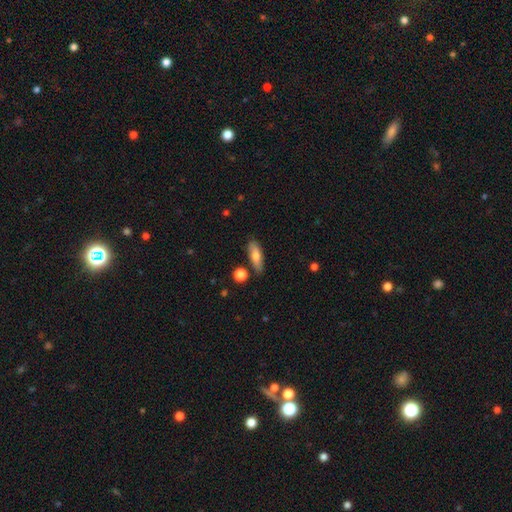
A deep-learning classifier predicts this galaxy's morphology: The model was most divided on "how rounded": in between: 55%, cigar-shaped: 41%, round: 4%. More confident: merging — none (79%); smooth or featured — smooth (68%).